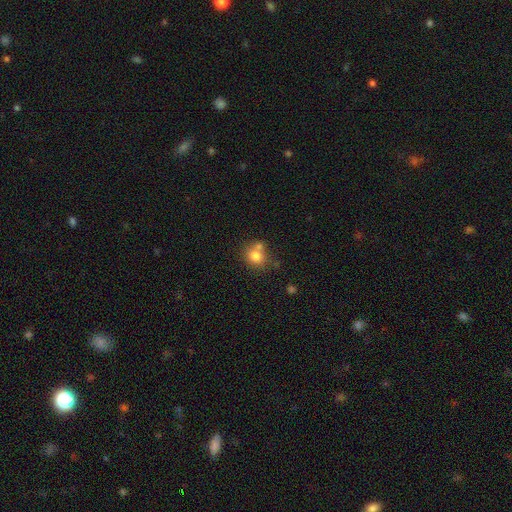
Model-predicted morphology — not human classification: Smooth or featured?
  - smooth: 78% *
  - star or artifact: 11%
  - featured or disk: 11%
How rounded?
  - round: 78% *
  - in between: 21%
  - cigar-shaped: 1%
Merging?
  - none: 53% *
  - merger: 30%
  - minor disturbance: 12%
  - major disturbance: 4%